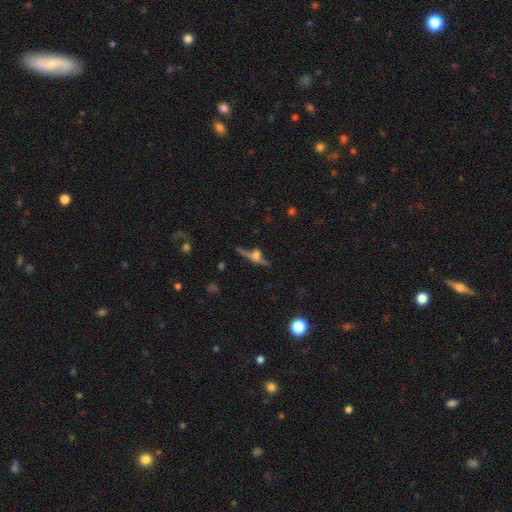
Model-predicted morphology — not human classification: smooth_or_featured: featured or disk (p=0.65) [alt: smooth p=0.18]
disk_edge_on: yes (p=0.88) [alt: no p=0.12]
edge_on_bulge: rounded (p=0.86) [alt: boxy p=0.08]
merging: none (p=0.68) [alt: minor disturbance p=0.15]